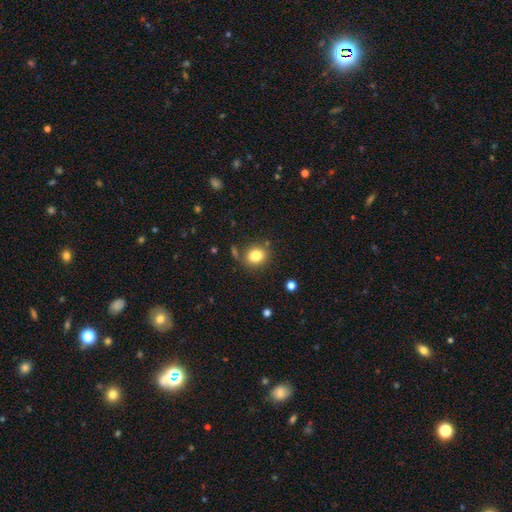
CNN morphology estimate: Q: Smooth or featured?
A: smooth (81%); runner-up: star or artifact (11%)
Q: How rounded?
A: round (67%); runner-up: in between (32%)
Q: Merging?
A: none (78%); runner-up: minor disturbance (12%)